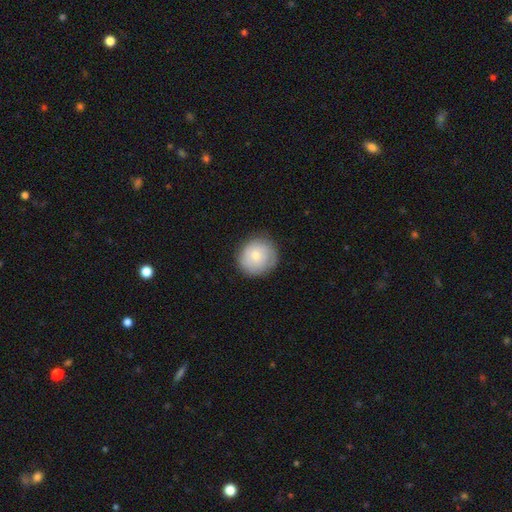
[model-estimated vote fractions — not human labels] Smooth or featured?
  - smooth: 72% *
  - featured or disk: 21%
  - star or artifact: 7%
How rounded?
  - round: 89% *
  - in between: 10%
  - cigar-shaped: 1%
Merging?
  - none: 82% *
  - minor disturbance: 14%
  - major disturbance: 3%
  - merger: 1%